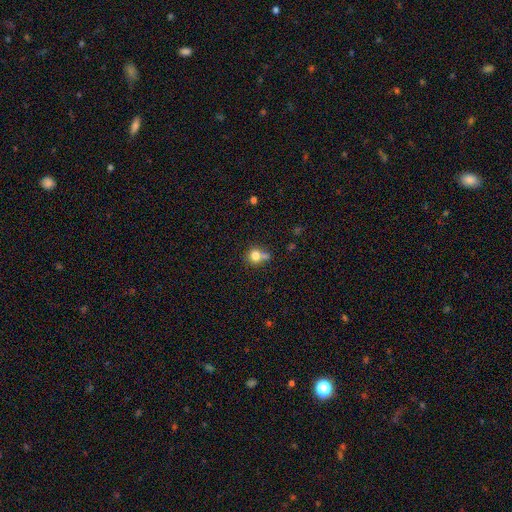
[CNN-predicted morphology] Q: Smooth or featured?
A: smooth (78%); runner-up: star or artifact (12%)
Q: How rounded?
A: round (82%); runner-up: in between (17%)
Q: Merging?
A: none (51%); runner-up: merger (26%)